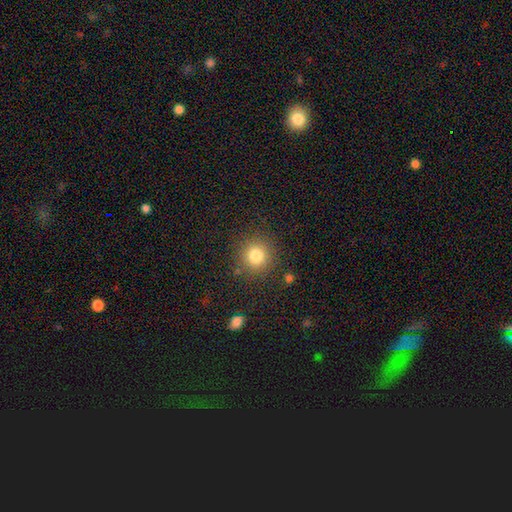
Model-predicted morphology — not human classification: Smooth or featured? Predicted: smooth (p=0.81). How rounded? Predicted: round (p=0.92). Merging? Predicted: none (p=0.86).